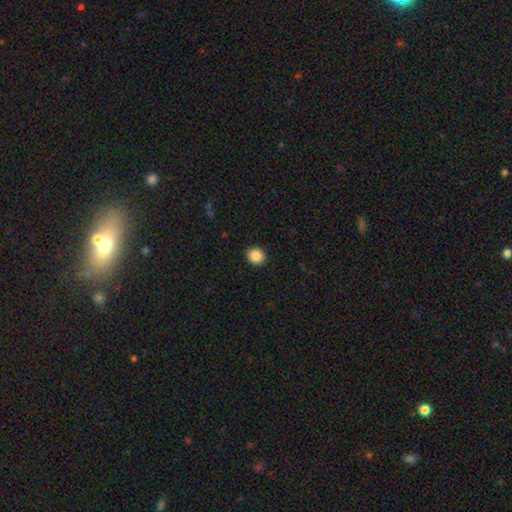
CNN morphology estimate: The model was most divided on "how rounded": round: 78%, in between: 21%, cigar-shaped: 1%. More confident: merging — none (92%); smooth or featured — smooth (87%).